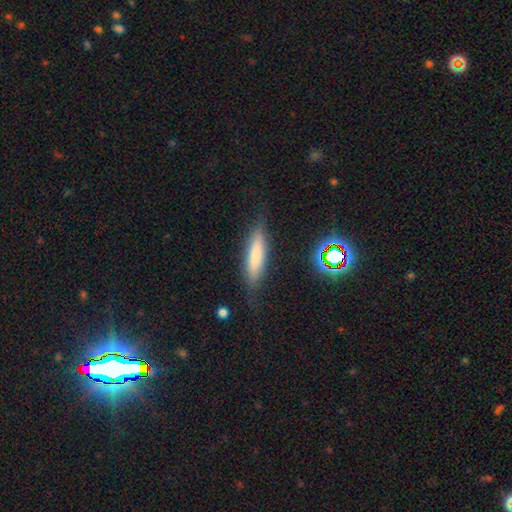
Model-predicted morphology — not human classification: smooth-or-featured: smooth: 70% | featured or disk: 21% | star or artifact: 9%
  how-rounded: cigar-shaped: 76% | in between: 23% | round: 2%
  merging: none: 80% | minor disturbance: 14% | major disturbance: 4% | merger: 2%